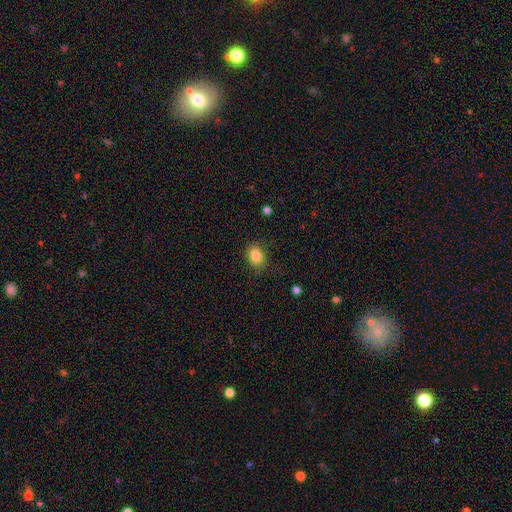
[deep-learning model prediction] smooth-or-featured: smooth: 85% | star or artifact: 9% | featured or disk: 5%
  how-rounded: in between: 53% | round: 46% | cigar-shaped: 1%
  merging: none: 83% | minor disturbance: 13% | major disturbance: 3% | merger: 1%